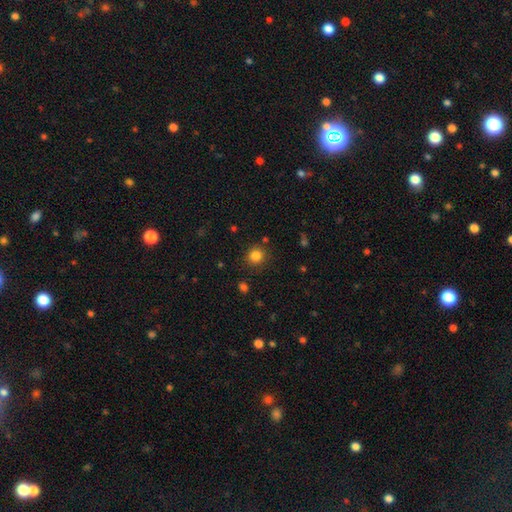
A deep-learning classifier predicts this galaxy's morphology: type=smooth (83%); roundness=round (90%); merging=none (86%).